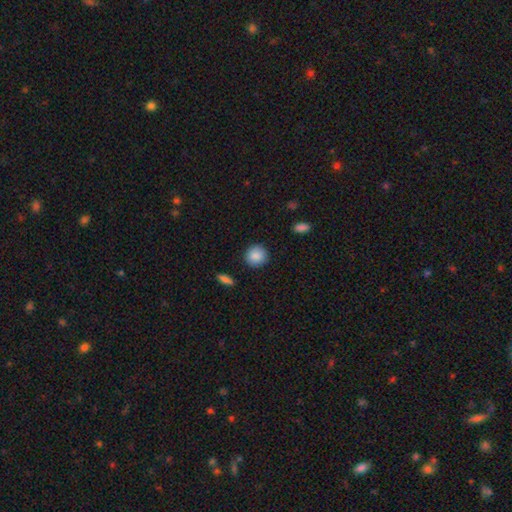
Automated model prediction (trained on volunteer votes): This is clearly a smooth galaxy (88%). How rounded: clearly round (90%). Merging: clearly none (90%).